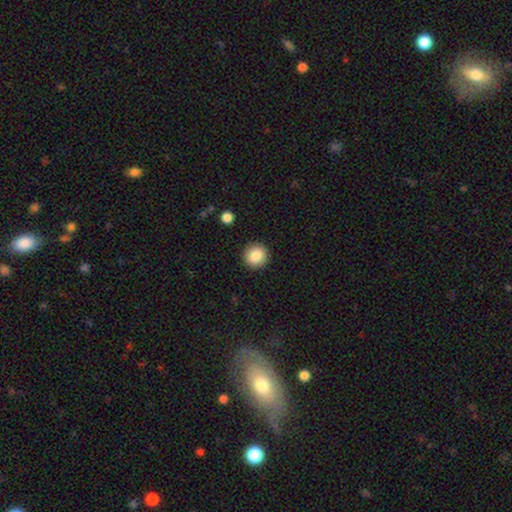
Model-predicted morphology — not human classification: type=smooth (84%); roundness=round (94%); merging=none (92%).